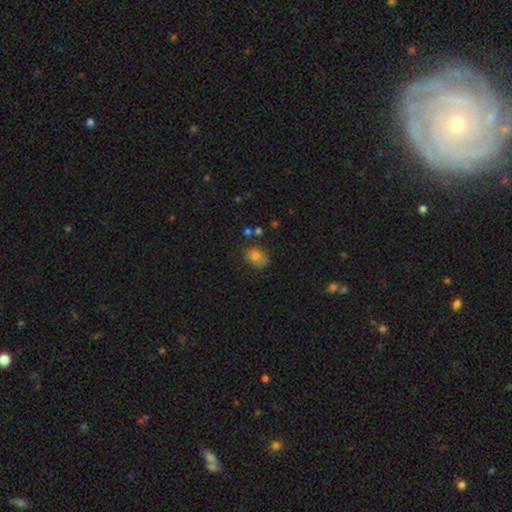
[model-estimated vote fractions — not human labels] Smooth or featured: smooth — 78% (star or artifact — 11%)
How rounded: in between — 65% (round — 34%)
Merging: none — 65% (minor disturbance — 24%)